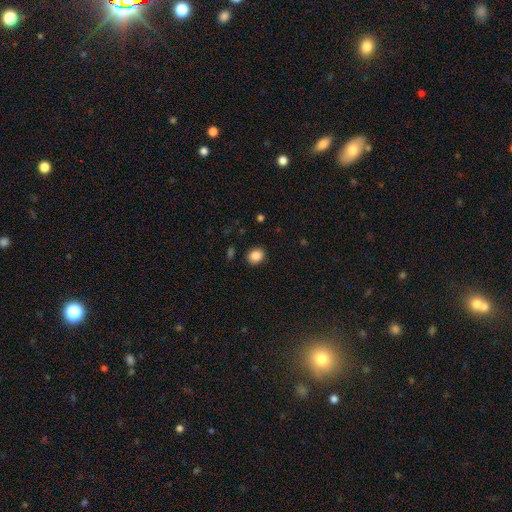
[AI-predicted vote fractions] Q: Smooth or featured?
A: smooth (86%); runner-up: star or artifact (9%)
Q: How rounded?
A: round (66%); runner-up: in between (33%)
Q: Merging?
A: none (89%); runner-up: minor disturbance (7%)